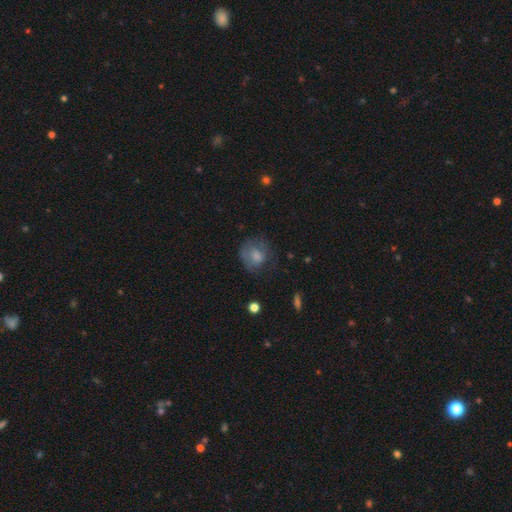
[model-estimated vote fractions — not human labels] This is likely a smooth galaxy (65%). How rounded: likely round (68%). Merging: possibly none (51%).